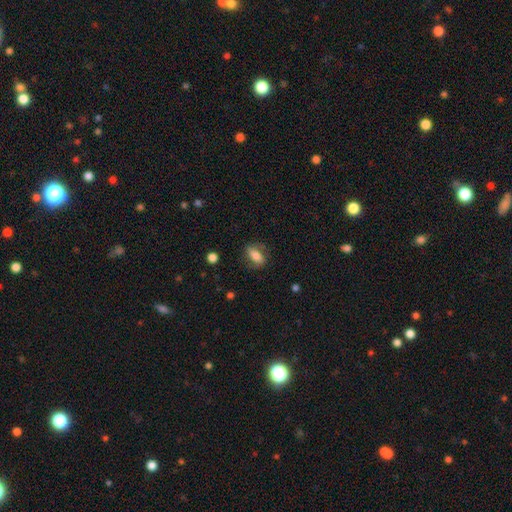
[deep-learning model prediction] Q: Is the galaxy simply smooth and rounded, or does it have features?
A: smooth — 64%.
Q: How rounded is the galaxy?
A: in between — 79%.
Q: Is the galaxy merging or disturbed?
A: none — 73%.